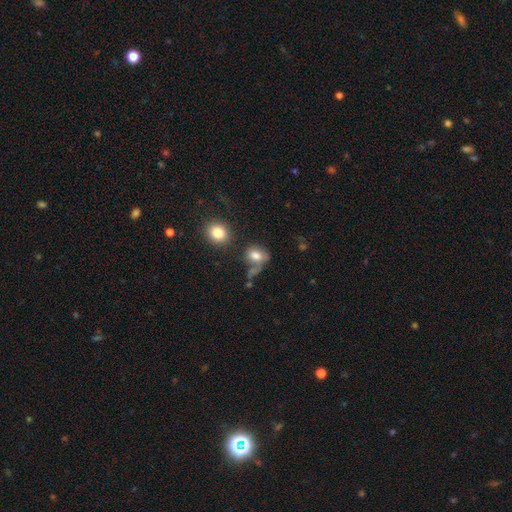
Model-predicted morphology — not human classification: type=smooth (76%); roundness=in between (52%); merging=none (46%).